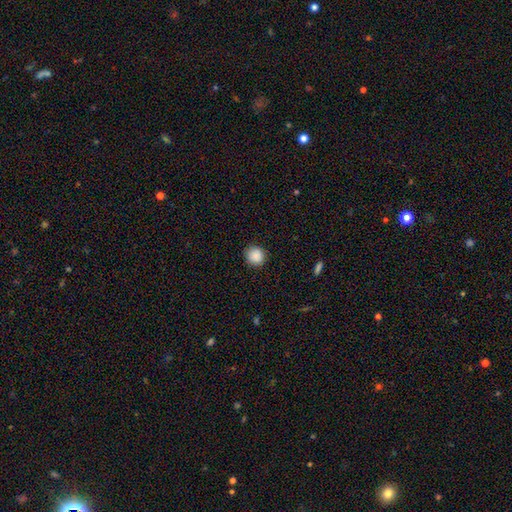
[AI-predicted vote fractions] Overall: smooth (88%). How rounded: round (92%). Merging: none (88%).